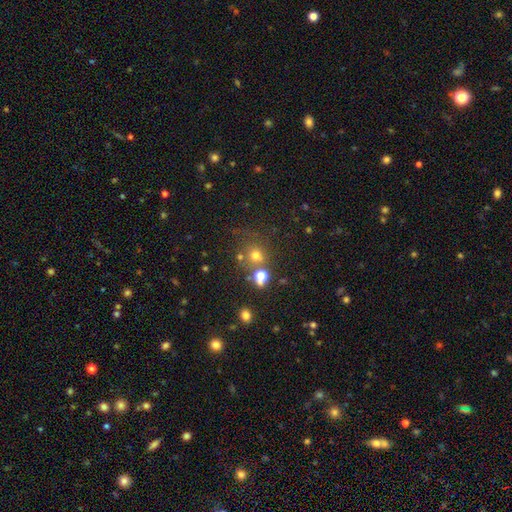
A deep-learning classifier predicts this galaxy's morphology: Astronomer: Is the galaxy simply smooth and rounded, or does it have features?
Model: smooth — 65%.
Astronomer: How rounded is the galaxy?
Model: round — 82%.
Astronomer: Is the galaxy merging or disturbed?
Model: none — 60%.